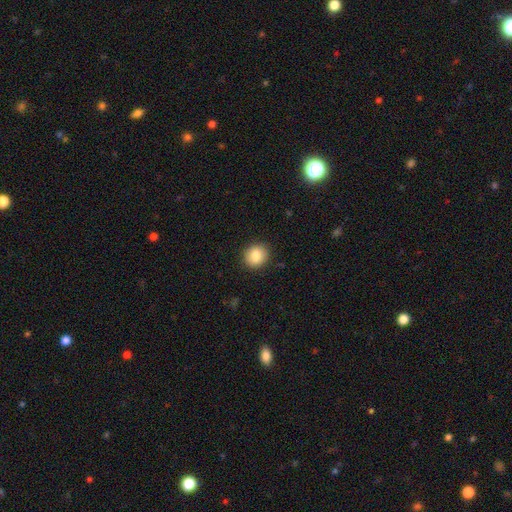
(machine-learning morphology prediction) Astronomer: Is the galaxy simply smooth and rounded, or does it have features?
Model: smooth — 85%.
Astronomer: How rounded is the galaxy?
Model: round — 80%.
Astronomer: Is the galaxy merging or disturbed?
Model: none — 89%.